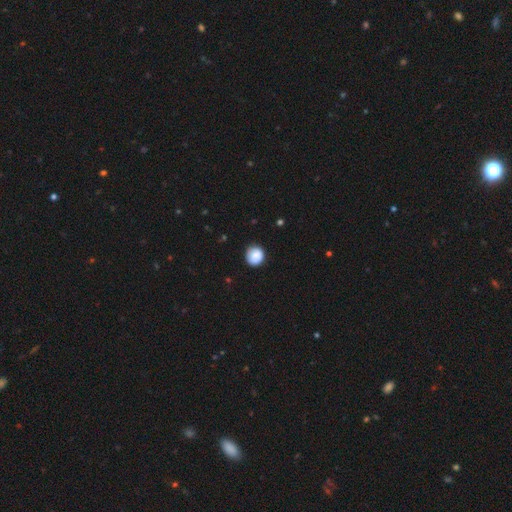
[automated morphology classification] Overall: smooth (86%). How rounded: round (87%). Merging: none (84%).